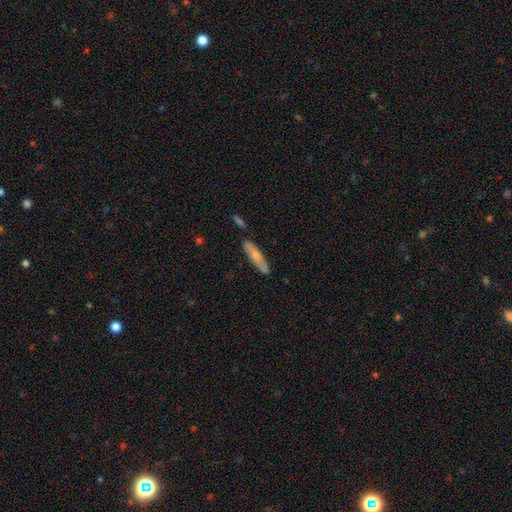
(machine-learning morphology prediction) A smooth galaxy with no disk features (60%) that is cigar-shaped (75%). Merging: none (80%).